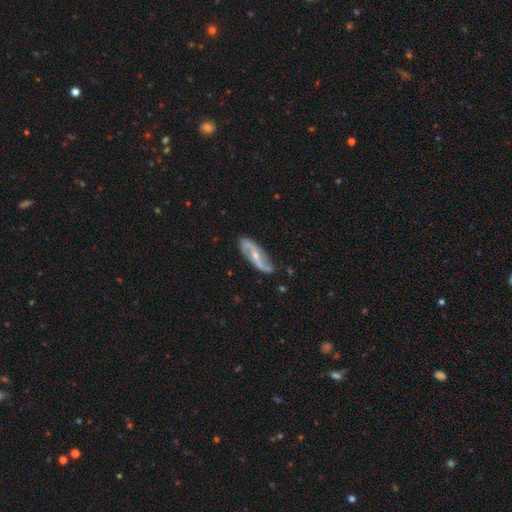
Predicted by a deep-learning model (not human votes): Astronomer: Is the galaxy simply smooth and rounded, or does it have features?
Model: featured or disk — 83%.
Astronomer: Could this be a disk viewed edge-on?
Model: no — 89%.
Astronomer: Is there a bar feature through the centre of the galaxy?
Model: no — 39% (runner-up: weak, 35%).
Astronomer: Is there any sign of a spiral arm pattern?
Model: yes — 94%.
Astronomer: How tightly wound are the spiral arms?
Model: loose — 63%.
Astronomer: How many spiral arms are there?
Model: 2 — 92%.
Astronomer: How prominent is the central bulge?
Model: small — 57% (runner-up: moderate, 39%).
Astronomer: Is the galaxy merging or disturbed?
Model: none — 78%.